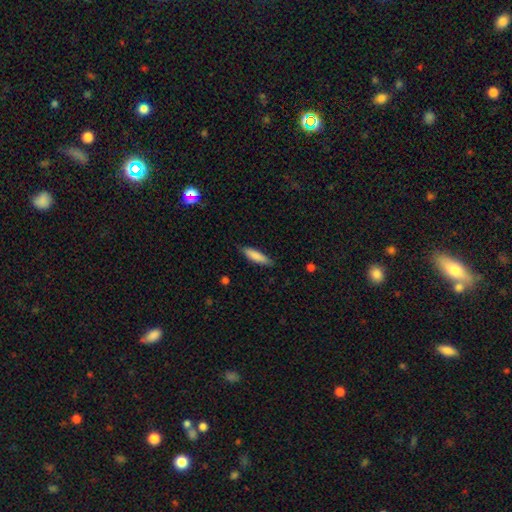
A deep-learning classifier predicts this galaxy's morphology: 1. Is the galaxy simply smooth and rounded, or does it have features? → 83% smooth, 11% featured or disk, 6% star or artifact.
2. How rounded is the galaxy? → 72% cigar-shaped, 27% in between, 1% round.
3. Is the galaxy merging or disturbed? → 84% none, 13% minor disturbance, 2% major disturbance, 1% merger.